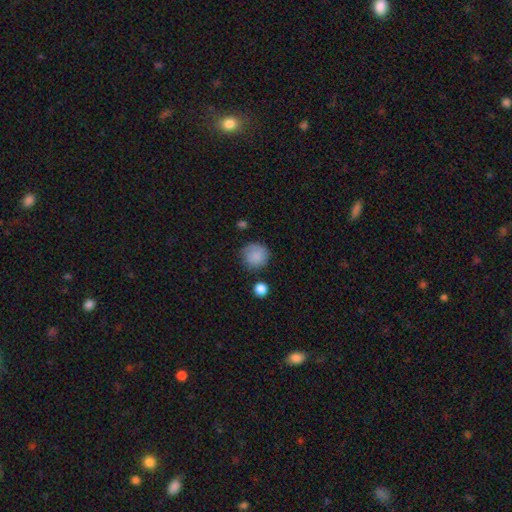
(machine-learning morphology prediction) A smooth galaxy with no disk features (83%) that is round (90%). Merging: none (73%).